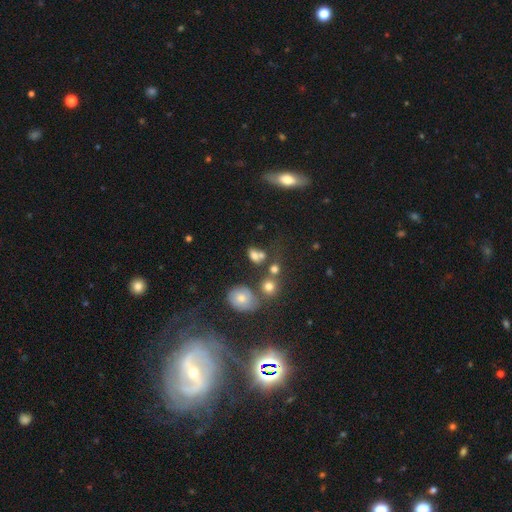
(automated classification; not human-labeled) Smooth or featured? Predicted: smooth (p=0.69). How rounded? Predicted: in between (p=0.62). Merging? Predicted: none (p=0.40).